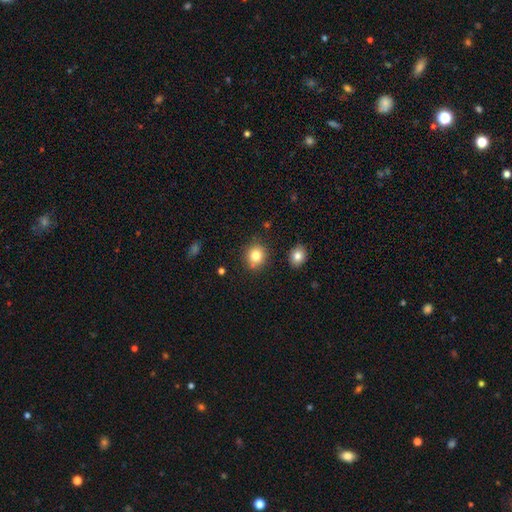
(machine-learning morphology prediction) smooth_or_featured: smooth (p=0.82) [alt: star or artifact p=0.10]
how_rounded: round (p=0.77) [alt: in between p=0.22]
merging: none (p=0.83) [alt: minor disturbance p=0.10]